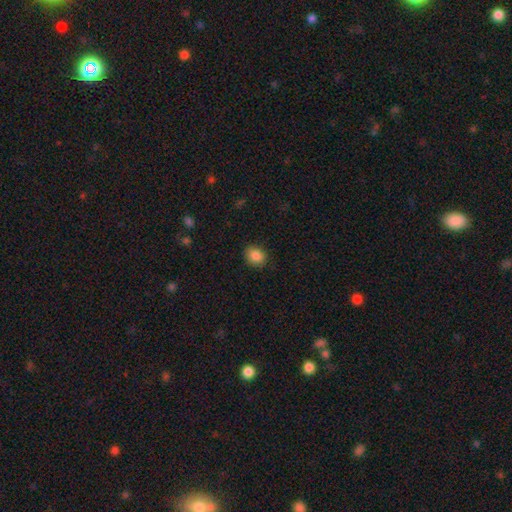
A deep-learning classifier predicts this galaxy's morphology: Smooth or featured? smooth (86%)
How rounded? round (57%)
Merging? none (88%)